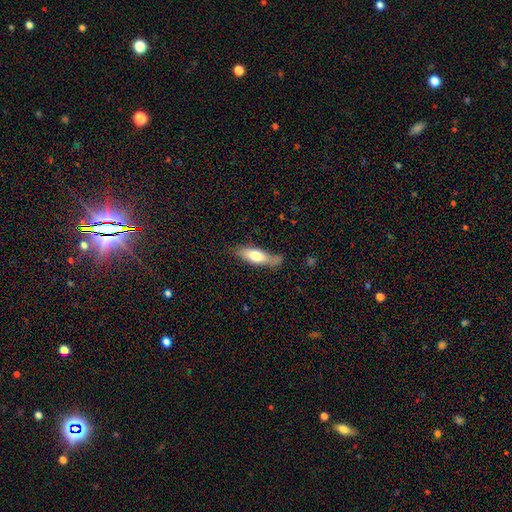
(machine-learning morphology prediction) smooth-or-featured: smooth: 63% | featured or disk: 31% | star or artifact: 6%
  how-rounded: cigar-shaped: 49% | in between: 48% | round: 3%
  merging: none: 62% | minor disturbance: 25% | major disturbance: 7% | merger: 5%